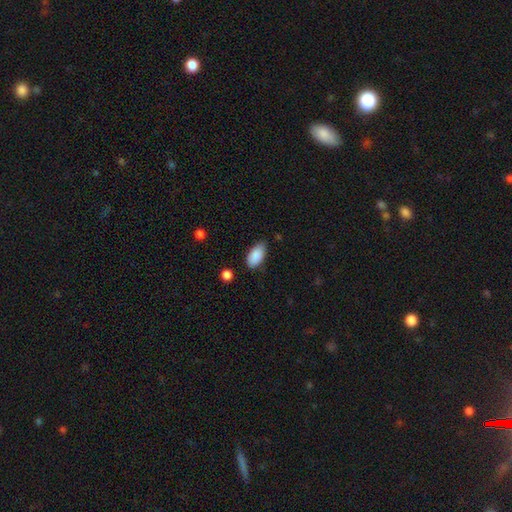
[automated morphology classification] This is clearly a smooth galaxy (89%). How rounded: clearly in between (94%). Merging: likely none (75%).